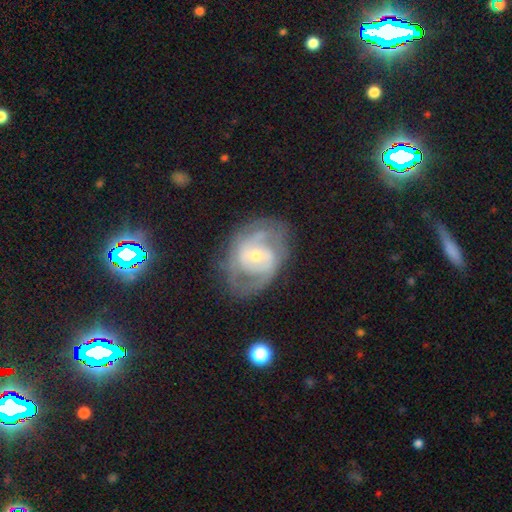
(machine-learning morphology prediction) smooth_or_featured: featured or disk (p=0.80) [alt: smooth p=0.14]
disk_edge_on: no (p=0.96) [alt: yes p=0.04]
bar: no (p=0.50) [alt: weak p=0.37]
has_spiral_arms: yes (p=0.82) [alt: no p=0.18]
spiral_winding: tight (p=0.48) [alt: medium p=0.39]
spiral_arm_count: 2 (p=0.48) [alt: can't tell p=0.31]
bulge_size: small (p=0.48) [alt: moderate p=0.47]
merging: none (p=0.65) [alt: minor disturbance p=0.20]